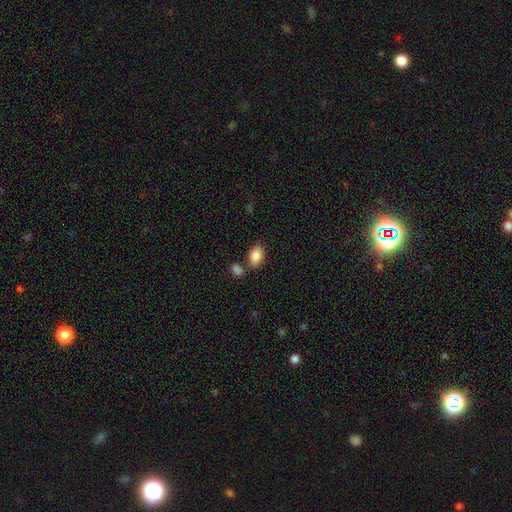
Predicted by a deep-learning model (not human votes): Smooth or featured: smooth — 86% (star or artifact — 7%)
How rounded: in between — 86% (round — 13%)
Merging: none — 66% (merger — 17%)